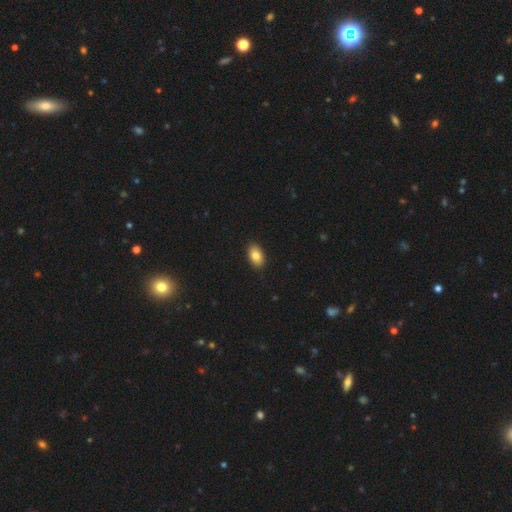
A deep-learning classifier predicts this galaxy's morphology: This appears to be a smooth galaxy with no disk features (84%) that is in between round and cigar-shaped (90%). Merging: none (88%).